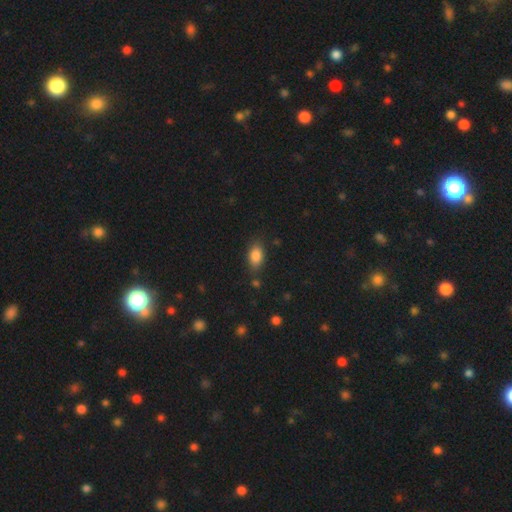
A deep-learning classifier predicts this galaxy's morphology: The model was most divided on "merging": none: 78%, minor disturbance: 15%, major disturbance: 4%, merger: 3%. More confident: how rounded — in between (87%); smooth or featured — smooth (85%).